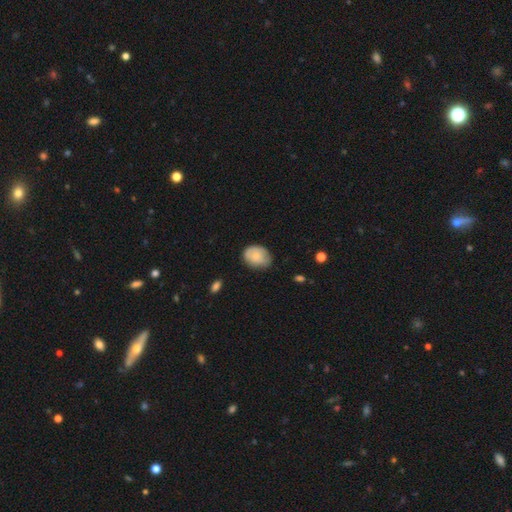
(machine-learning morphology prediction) A smooth galaxy with no disk features (76%) that is in between round and cigar-shaped (68%).

Vote fractions:
- Smooth or featured? smooth: 76% / featured or disk: 18% / star or artifact: 7%
- How rounded? in between: 68% / round: 31% / cigar-shaped: 1%
- Merging? none: 66% / minor disturbance: 28% / major disturbance: 5% / merger: 1%